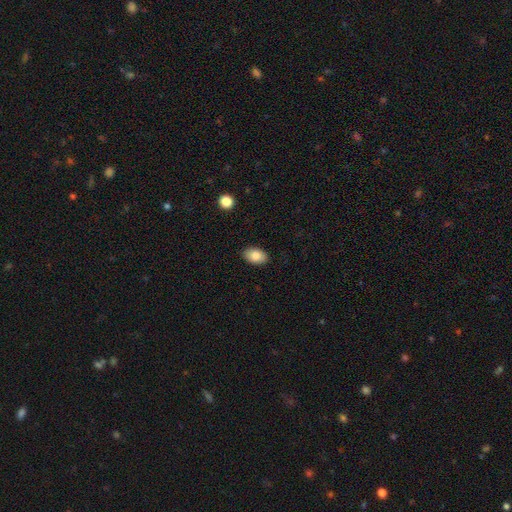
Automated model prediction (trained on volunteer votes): Morphology: type=smooth (84%); roundness=in between (89%); merging=none (89%).